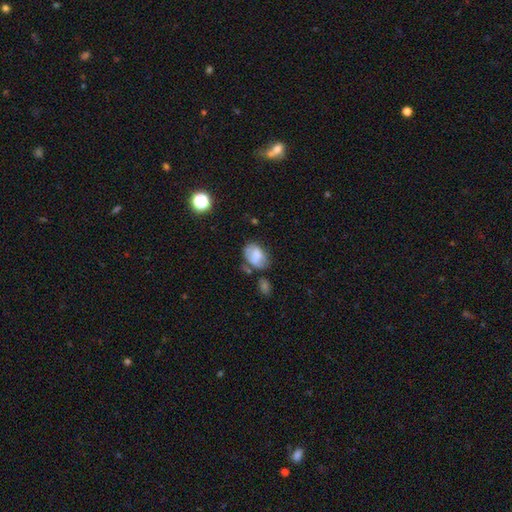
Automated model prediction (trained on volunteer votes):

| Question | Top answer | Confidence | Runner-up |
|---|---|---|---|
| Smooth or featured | smooth | 67% | featured or disk (23%) |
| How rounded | in between | 79% | round (19%) |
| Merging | none | 40% | minor disturbance (30%) |